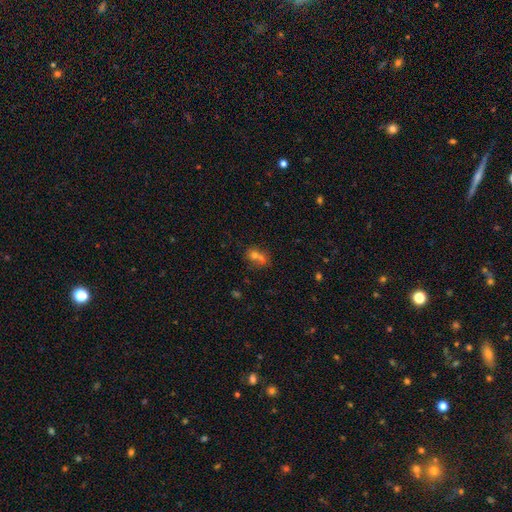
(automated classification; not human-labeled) Smooth or featured? Predicted: smooth (p=0.59). How rounded? Predicted: round (p=0.57). Merging? Predicted: merger (p=0.45).